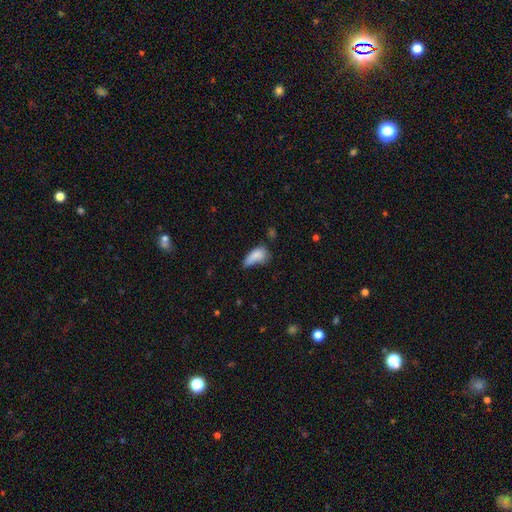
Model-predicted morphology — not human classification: type=smooth (80%); roundness=in between (84%); merging=minor disturbance (39%).